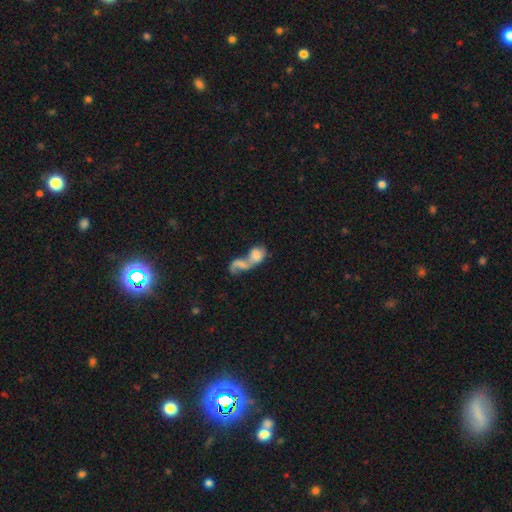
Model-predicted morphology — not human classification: type=smooth (54%); roundness=in between (76%); merging=merger (80%).